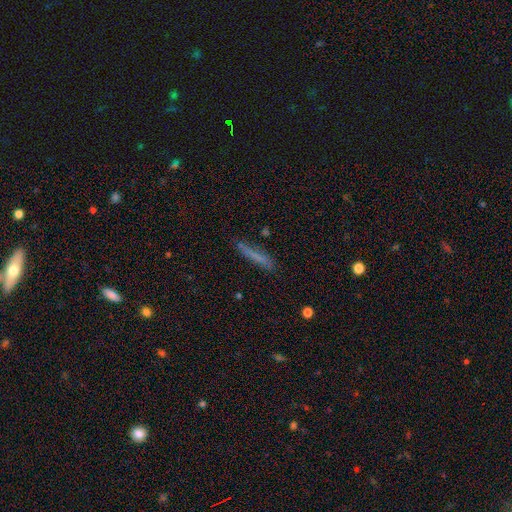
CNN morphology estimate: smooth_or_featured: smooth (p=0.66) [alt: featured or disk p=0.26]
how_rounded: cigar-shaped (p=0.94) [alt: in between p=0.05]
merging: none (p=0.78) [alt: minor disturbance p=0.16]